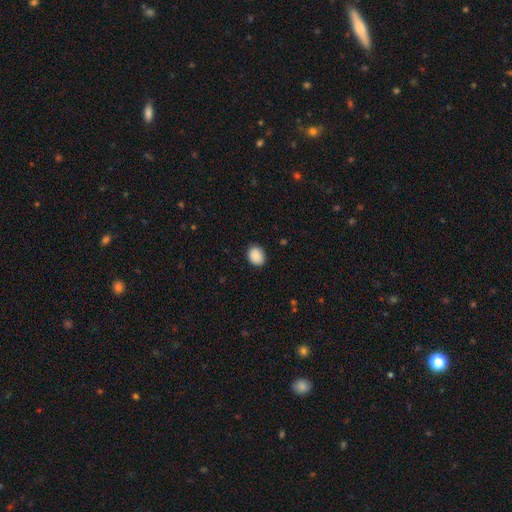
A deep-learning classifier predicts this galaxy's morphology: Q: Smooth or featured?
A: smooth (90%); runner-up: star or artifact (7%)
Q: How rounded?
A: in between (58%); runner-up: round (42%)
Q: Merging?
A: none (87%); runner-up: minor disturbance (10%)